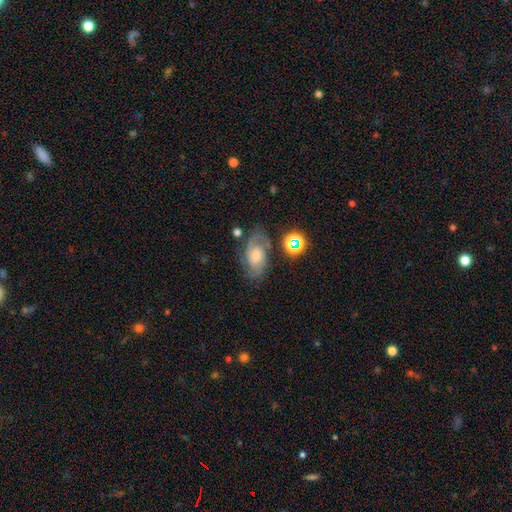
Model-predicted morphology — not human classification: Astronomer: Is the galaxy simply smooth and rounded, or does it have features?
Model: featured or disk — 72%.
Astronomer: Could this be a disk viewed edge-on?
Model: no — 96%.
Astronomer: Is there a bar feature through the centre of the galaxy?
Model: no — 66%.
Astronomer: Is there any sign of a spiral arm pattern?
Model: yes — 93%.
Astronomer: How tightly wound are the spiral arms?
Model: medium — 45% (runner-up: tight, 43%).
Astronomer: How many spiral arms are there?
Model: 2 — 69%.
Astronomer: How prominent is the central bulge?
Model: moderate — 45% (runner-up: small, 37%).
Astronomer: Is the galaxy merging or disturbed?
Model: none — 71%.